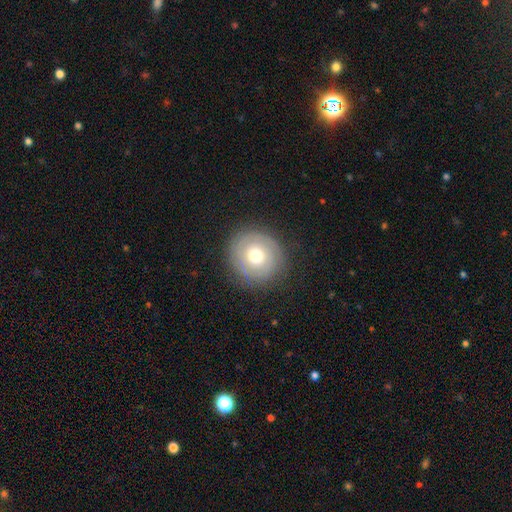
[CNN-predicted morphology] type=featured or disk (50%); merging=none (86%).